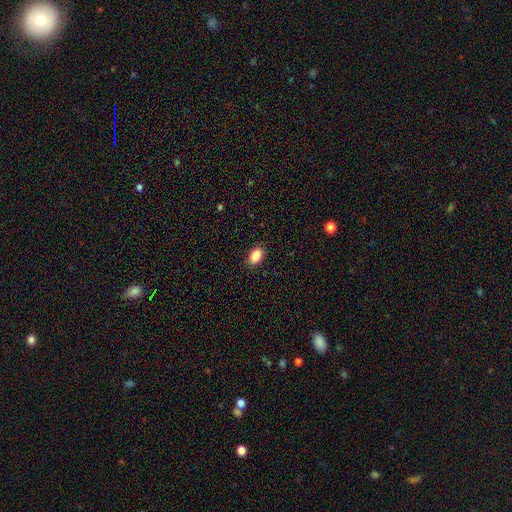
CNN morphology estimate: The model was most divided on "how rounded": in between: 88%, round: 10%, cigar-shaped: 2%. More confident: merging — none (88%); smooth or featured — smooth (88%).